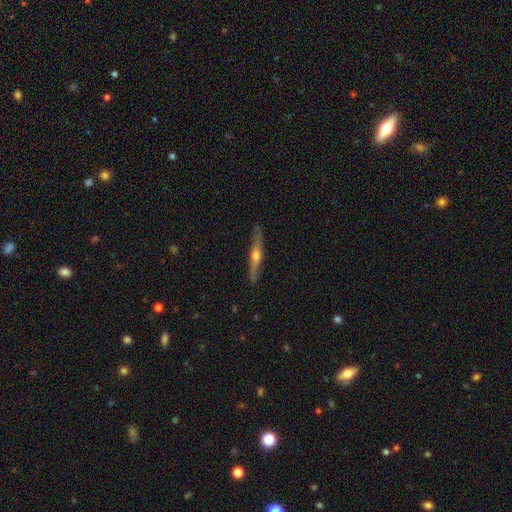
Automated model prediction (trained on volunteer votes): Smooth or featured? Predicted: featured or disk (p=0.70). Edge-on disk? Predicted: yes (p=0.96). Edge-on bulge? Predicted: rounded (p=0.89). Merging? Predicted: none (p=0.87).